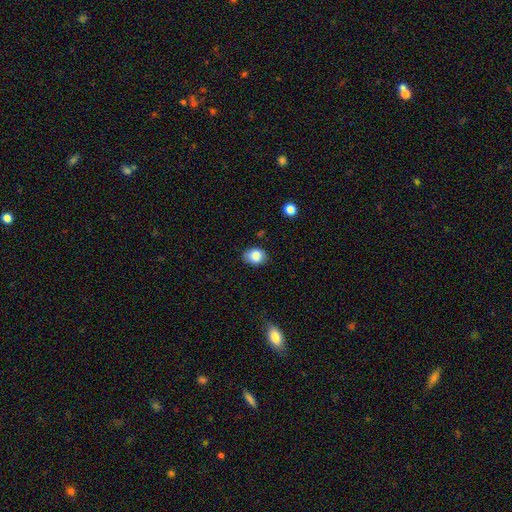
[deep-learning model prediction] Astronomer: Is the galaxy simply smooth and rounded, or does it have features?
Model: smooth — 86%.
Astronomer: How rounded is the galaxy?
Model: in between — 59% (runner-up: round, 40%).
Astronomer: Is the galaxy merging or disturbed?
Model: none — 72%.